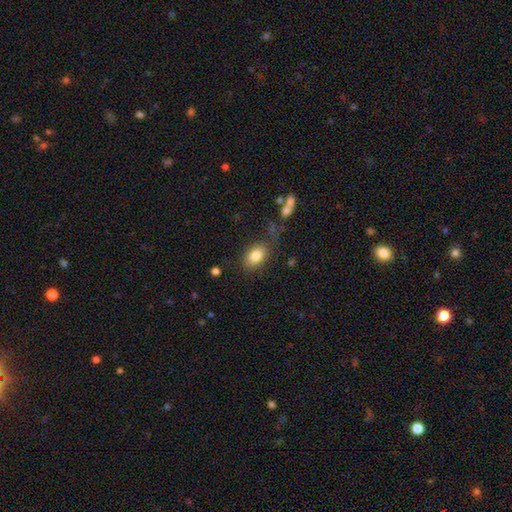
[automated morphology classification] Smooth or featured? smooth (82%)
How rounded? in between (81%)
Merging? none (77%)